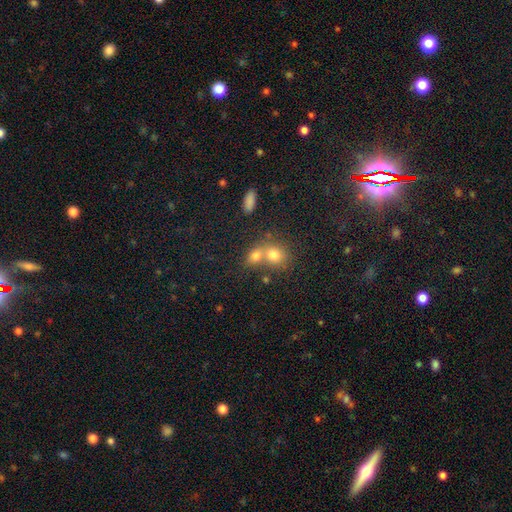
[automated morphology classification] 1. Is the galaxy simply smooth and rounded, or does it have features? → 76% smooth, 12% star or artifact, 11% featured or disk.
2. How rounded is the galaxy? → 51% round, 47% in between, 2% cigar-shaped.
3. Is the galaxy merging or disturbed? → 57% merger, 32% none, 7% minor disturbance, 4% major disturbance.